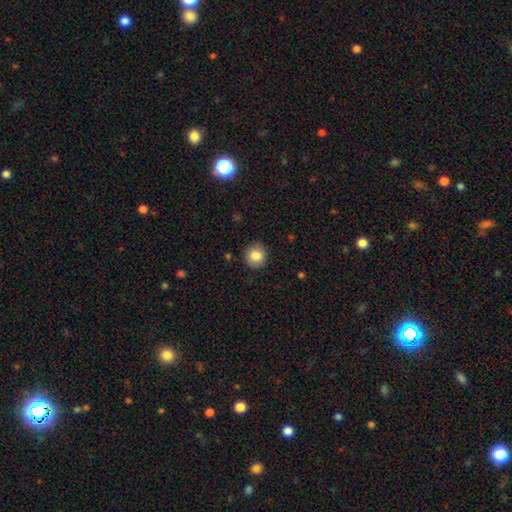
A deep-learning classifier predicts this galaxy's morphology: Smooth or featured?
  - smooth: 84% *
  - star or artifact: 9%
  - featured or disk: 7%
How rounded?
  - round: 90% *
  - in between: 9%
  - cigar-shaped: 1%
Merging?
  - none: 89% *
  - minor disturbance: 7%
  - major disturbance: 2%
  - merger: 1%